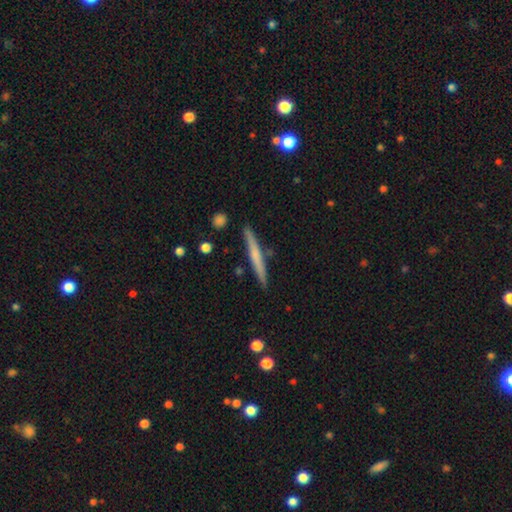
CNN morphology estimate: Smooth or featured?
  - smooth: 50% *
  - featured or disk: 44%
  - star or artifact: 6%
Merging?
  - none: 88% *
  - minor disturbance: 8%
  - merger: 2%
  - major disturbance: 2%